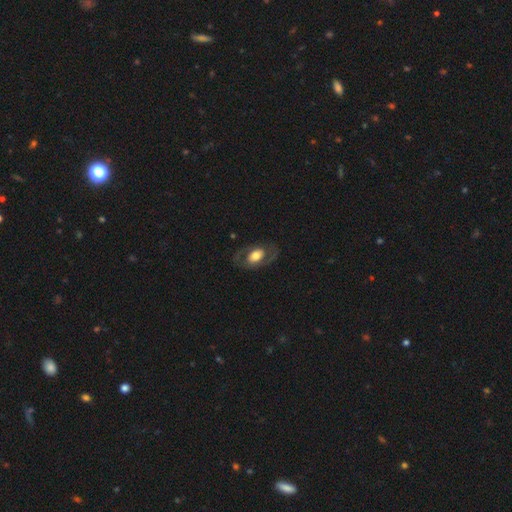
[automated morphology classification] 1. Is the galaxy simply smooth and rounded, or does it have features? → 57% featured or disk, 37% smooth, 6% star or artifact.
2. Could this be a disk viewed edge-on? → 93% no, 7% yes.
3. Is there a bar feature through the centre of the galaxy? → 67% no, 24% weak, 9% strong.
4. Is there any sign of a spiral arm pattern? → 58% yes, 42% no.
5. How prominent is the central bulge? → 47% moderate, 40% large, 7% small, 4% dominant, 1% none.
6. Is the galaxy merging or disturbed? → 76% none, 13% minor disturbance, 10% major disturbance, 1% merger.